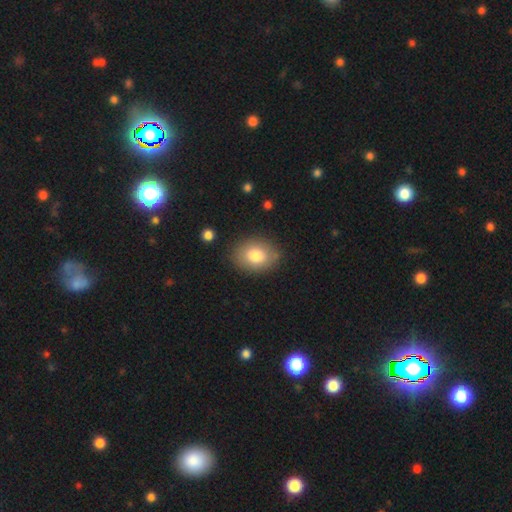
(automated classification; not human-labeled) A smooth galaxy with no disk features (80%) that is in between round and cigar-shaped (68%).

Vote fractions:
- Smooth or featured? smooth: 80% / featured or disk: 12% / star or artifact: 8%
- How rounded? in between: 68% / round: 31% / cigar-shaped: 1%
- Merging? none: 83% / minor disturbance: 12% / major disturbance: 3% / merger: 2%